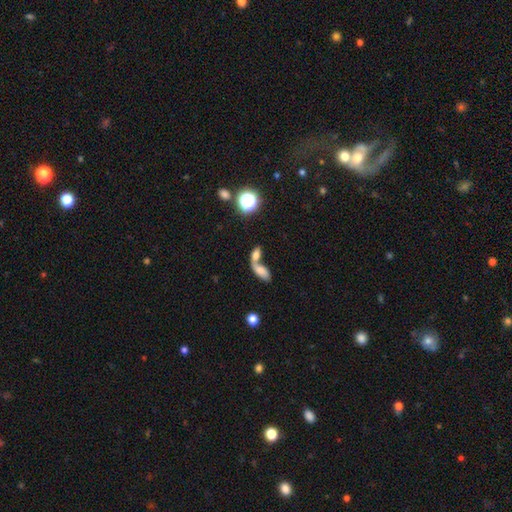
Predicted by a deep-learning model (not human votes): Smooth or featured? smooth (69%)
How rounded? in between (75%)
Merging? merger (69%)